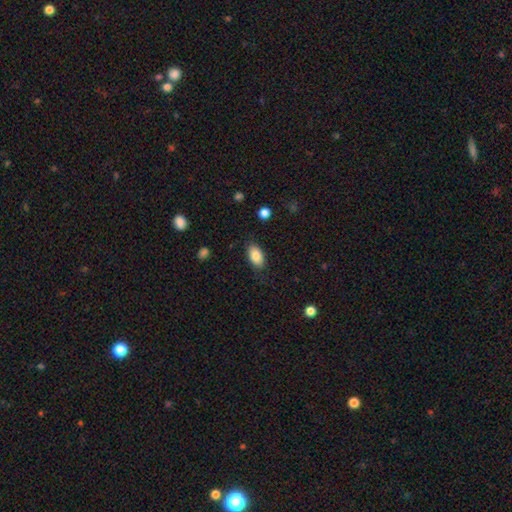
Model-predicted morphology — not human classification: Smooth or featured? Predicted: smooth (p=0.85). How rounded? Predicted: in between (p=0.92). Merging? Predicted: none (p=0.83).